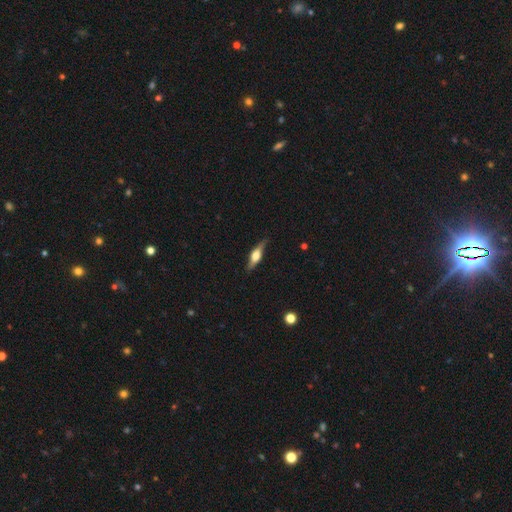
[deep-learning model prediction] featured or disk 56%, smooth 37%, star or artifact 6%. Down the decision tree: edge-on disk — yes (91%); edge-on bulge — rounded (89%); merging — none (78%).